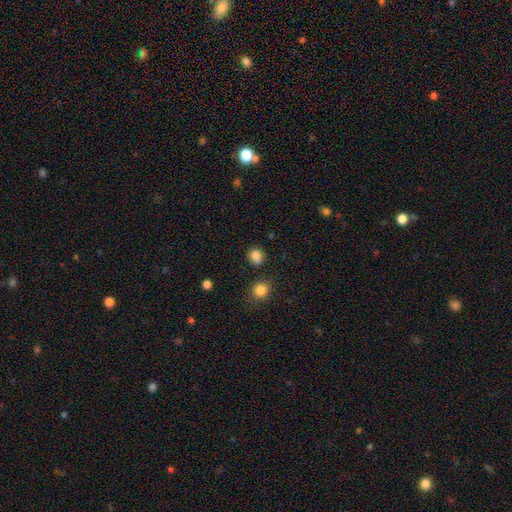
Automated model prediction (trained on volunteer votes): Q: Smooth or featured?
A: smooth (82%); runner-up: star or artifact (12%)
Q: How rounded?
A: round (75%); runner-up: in between (24%)
Q: Merging?
A: none (70%); runner-up: minor disturbance (16%)